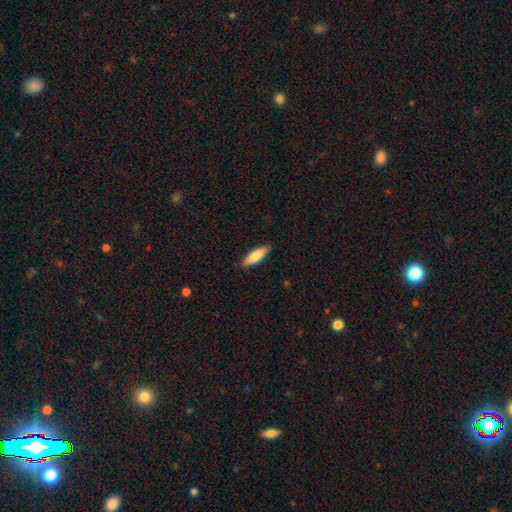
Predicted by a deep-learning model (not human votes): Overall: smooth (75%). How rounded: cigar-shaped (53%; in between 45%). Merging: none (88%).